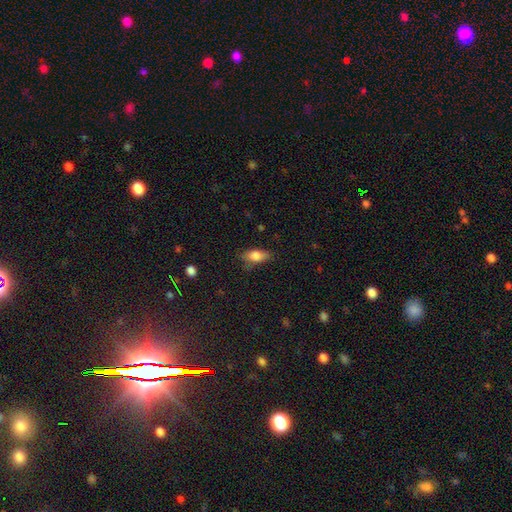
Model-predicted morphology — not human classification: Overall: smooth (76%). How rounded: in between (79%). Merging: none (72%).